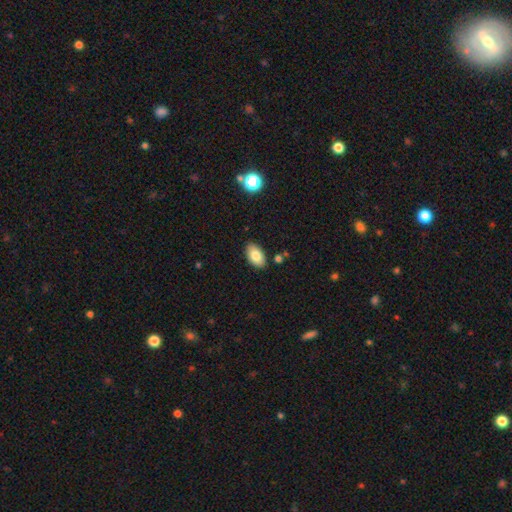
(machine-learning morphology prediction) Smooth or featured? smooth (82%)
How rounded? in between (94%)
Merging? none (86%)